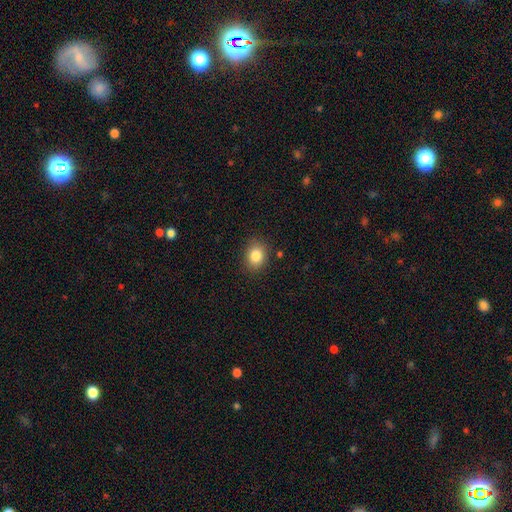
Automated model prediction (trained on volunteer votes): A smooth galaxy with no disk features (84%) that is round (54%). Merging: none (86%).